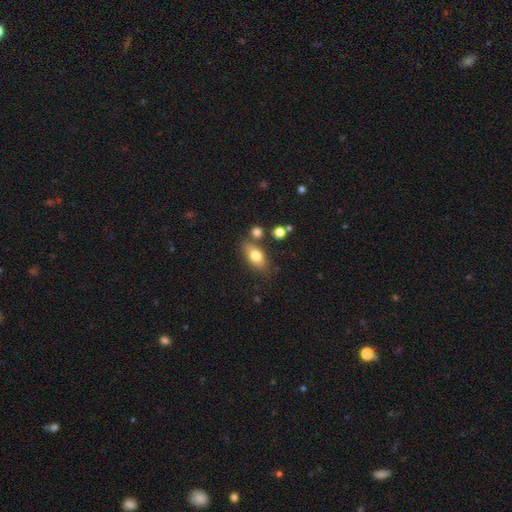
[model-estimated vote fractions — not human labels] Smooth or featured?
  - smooth: 75% *
  - featured or disk: 17%
  - star or artifact: 8%
How rounded?
  - in between: 82% *
  - cigar-shaped: 11%
  - round: 7%
Merging?
  - none: 72% *
  - minor disturbance: 14%
  - merger: 10%
  - major disturbance: 4%